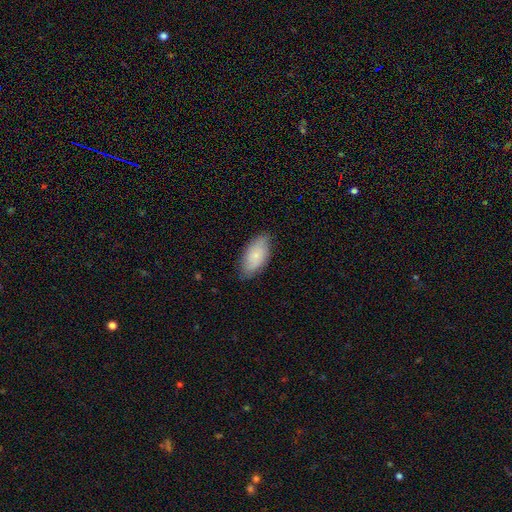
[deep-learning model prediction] smooth 76%, featured or disk 18%, star or artifact 6%. Down the decision tree: how rounded — in between (92%); merging — none (79%).